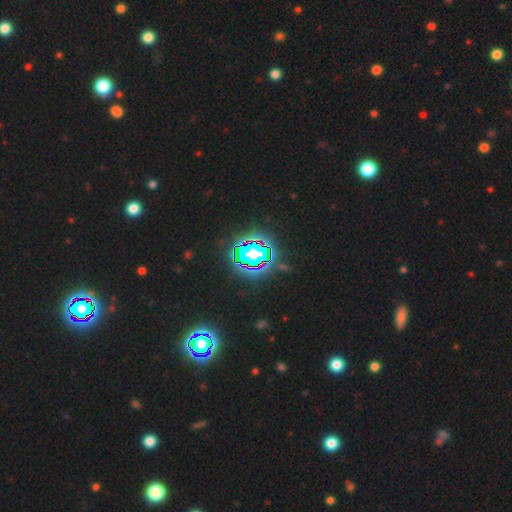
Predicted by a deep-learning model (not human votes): Overall: star or artifact (71%).